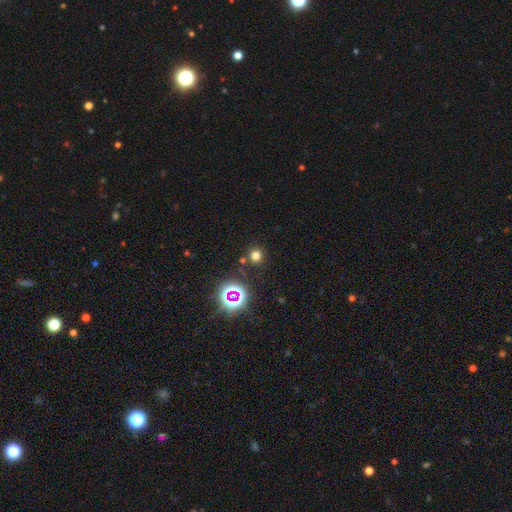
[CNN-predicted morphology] type=smooth (69%); roundness=round (93%); merging=none (86%).